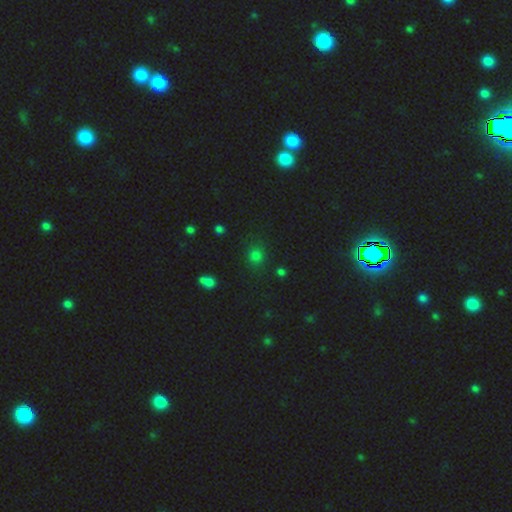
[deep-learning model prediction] Smooth or featured? Predicted: smooth (p=0.75). How rounded? Predicted: round (p=0.83). Merging? Predicted: none (p=0.83).